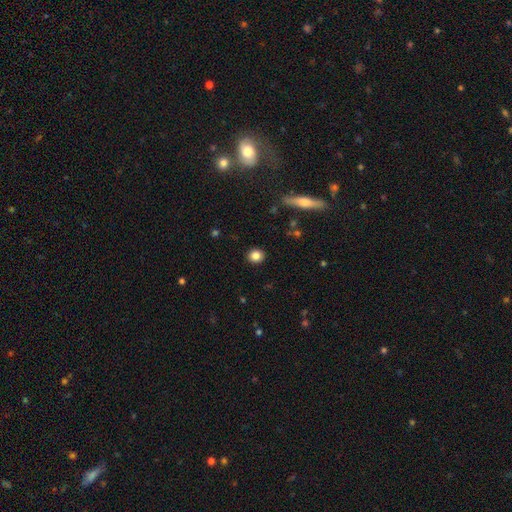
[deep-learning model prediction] smooth-or-featured: smooth: 84% | star or artifact: 10% | featured or disk: 6%
  how-rounded: round: 84% | in between: 15% | cigar-shaped: 1%
  merging: none: 91% | minor disturbance: 6% | major disturbance: 2% | merger: 1%